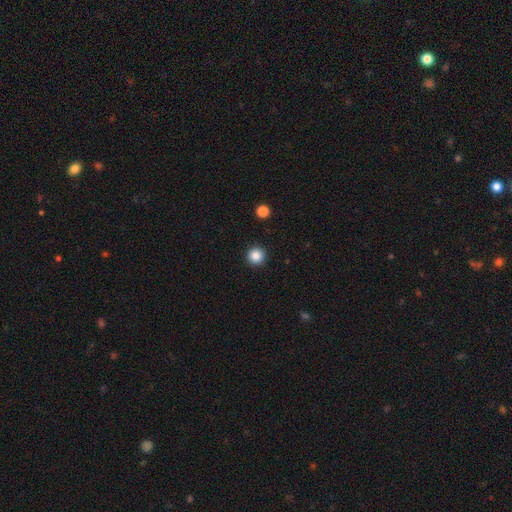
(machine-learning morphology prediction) Smooth or featured? Predicted: smooth (p=0.86). How rounded? Predicted: round (p=0.96). Merging? Predicted: none (p=0.93).